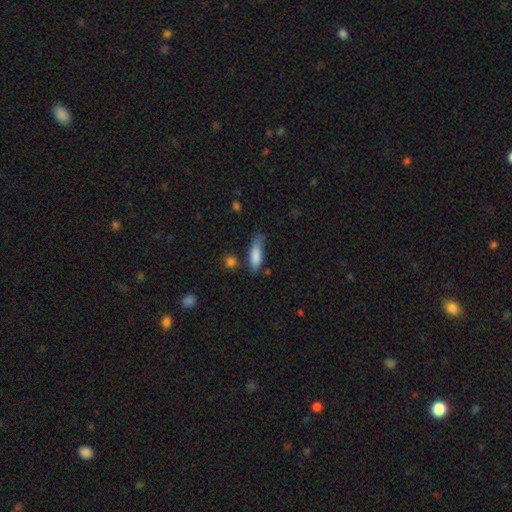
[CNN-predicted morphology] Smooth or featured?
  - smooth: 82% *
  - featured or disk: 11%
  - star or artifact: 7%
How rounded?
  - in between: 60% *
  - cigar-shaped: 37%
  - round: 2%
Merging?
  - none: 55% *
  - minor disturbance: 31%
  - major disturbance: 9%
  - merger: 5%